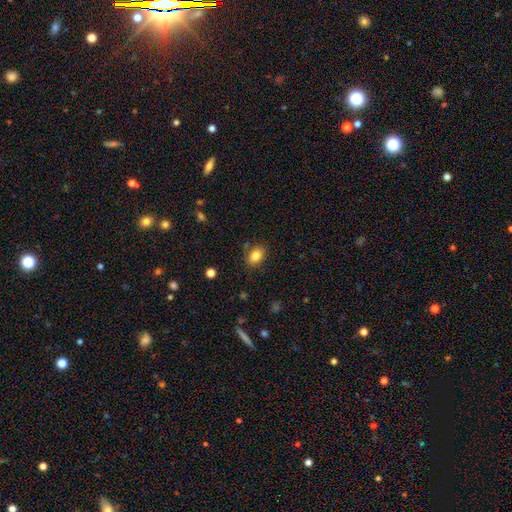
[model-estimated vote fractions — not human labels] A smooth galaxy with no disk features (82%) that is in between round and cigar-shaped (70%). Merging: none (83%).